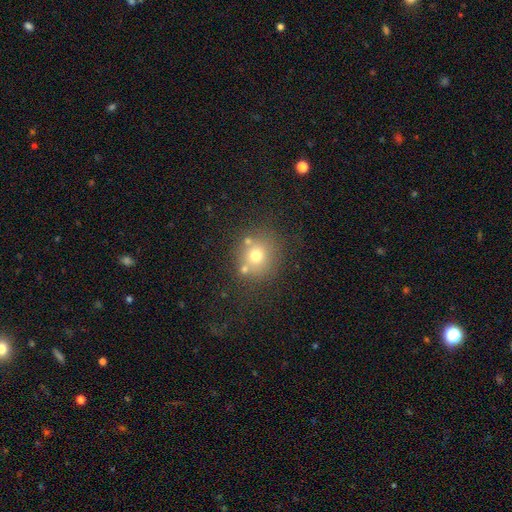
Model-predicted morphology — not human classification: A smooth galaxy with no disk features (68%) that is round (87%).

Vote fractions:
- Smooth or featured? smooth: 68% / star or artifact: 17% / featured or disk: 16%
- How rounded? round: 87% / in between: 12% / cigar-shaped: 1%
- Merging? none: 68% / merger: 15% / minor disturbance: 12% / major disturbance: 5%